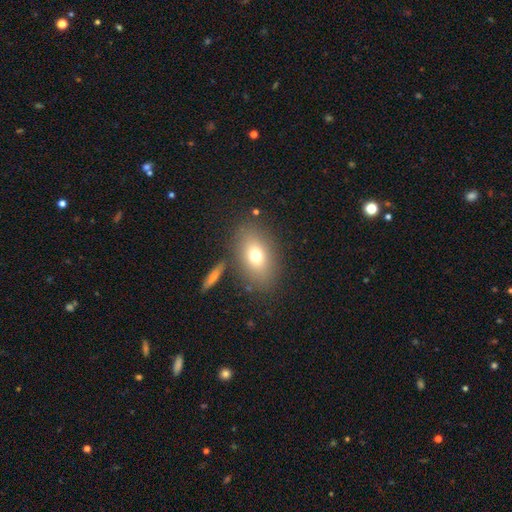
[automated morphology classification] smooth 71%, featured or disk 18%, star or artifact 11%. Down the decision tree: how rounded — in between (82%); merging — none (79%).